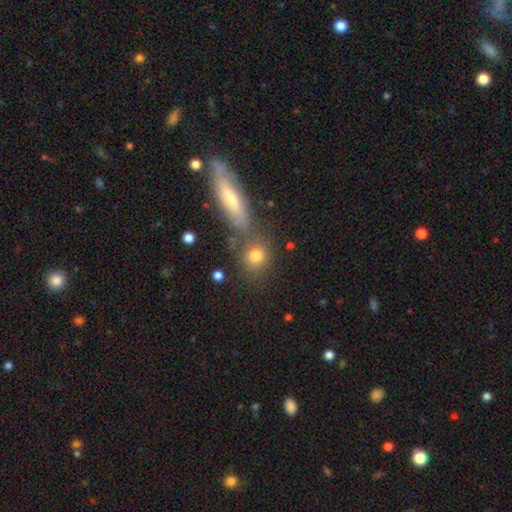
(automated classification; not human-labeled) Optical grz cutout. It shows a smooth galaxy with no disk features (74%) that is round (74%). Merging: none (61%).